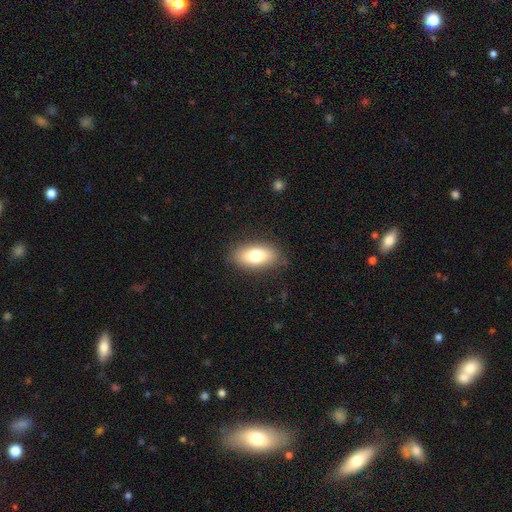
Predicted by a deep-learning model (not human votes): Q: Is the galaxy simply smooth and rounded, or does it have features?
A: smooth — 77%.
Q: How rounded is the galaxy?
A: in between — 87%.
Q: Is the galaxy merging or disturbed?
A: none — 84%.